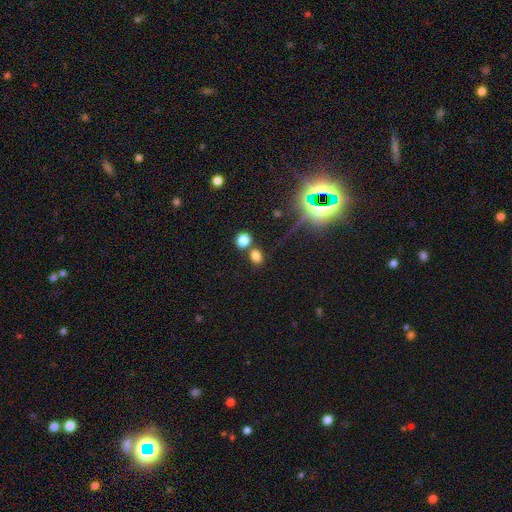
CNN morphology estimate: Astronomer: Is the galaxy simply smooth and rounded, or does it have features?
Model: smooth — 75%.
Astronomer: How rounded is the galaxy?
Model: in between — 51% (runner-up: round, 47%).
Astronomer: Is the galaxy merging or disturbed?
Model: none — 66%.